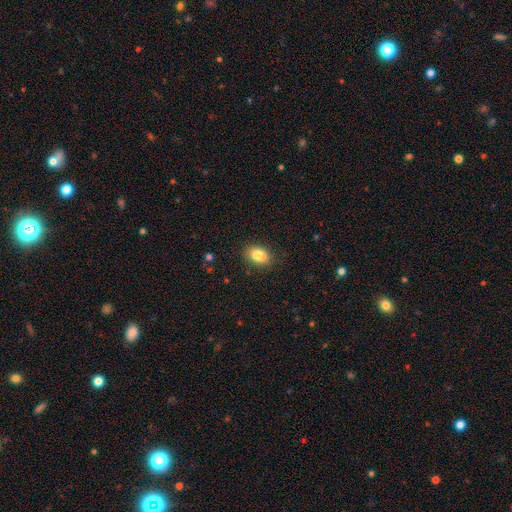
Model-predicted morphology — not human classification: smooth_or_featured: smooth (p=0.85) [alt: star or artifact p=0.09]
how_rounded: in between (p=0.81) [alt: round p=0.18]
merging: none (p=0.85) [alt: minor disturbance p=0.11]